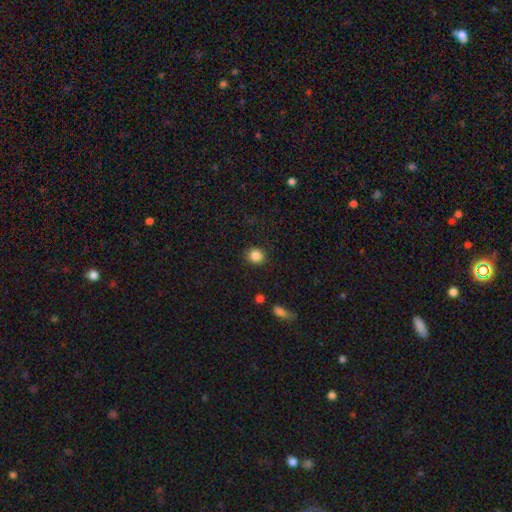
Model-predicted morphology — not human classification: Smooth or featured? smooth (86%)
How rounded? round (84%)
Merging? none (89%)